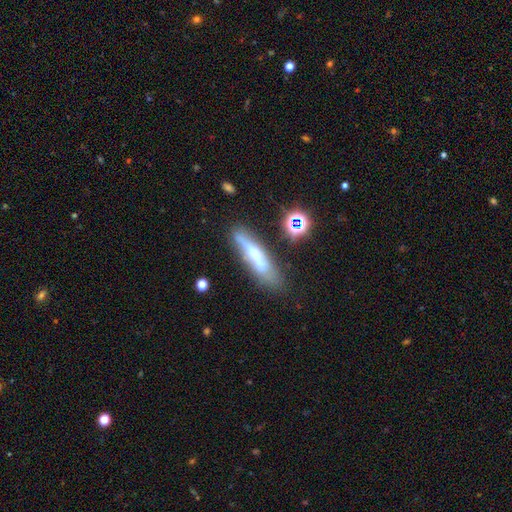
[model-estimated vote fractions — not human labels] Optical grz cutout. It shows a featured or disk galaxy (45%). Merging: none (66%).